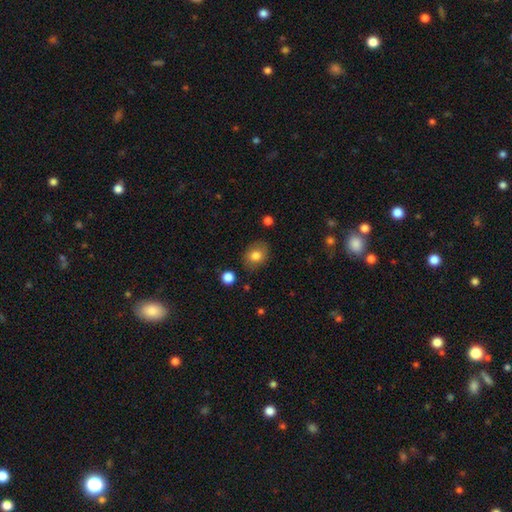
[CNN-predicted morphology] type=smooth (80%); roundness=in between (50%); merging=none (82%).